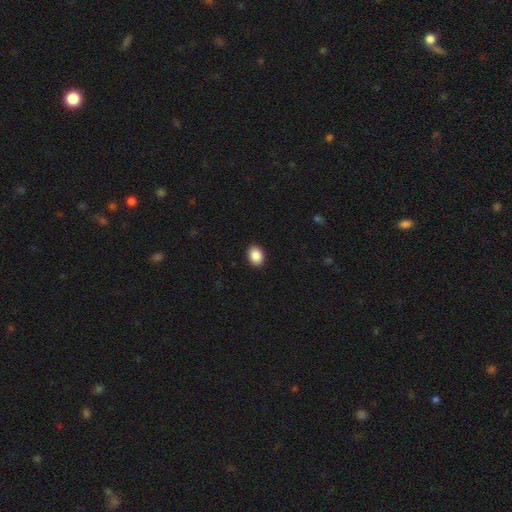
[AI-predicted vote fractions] A smooth galaxy with no disk features (89%) that is in between round and cigar-shaped (70%). Merging: none (91%).